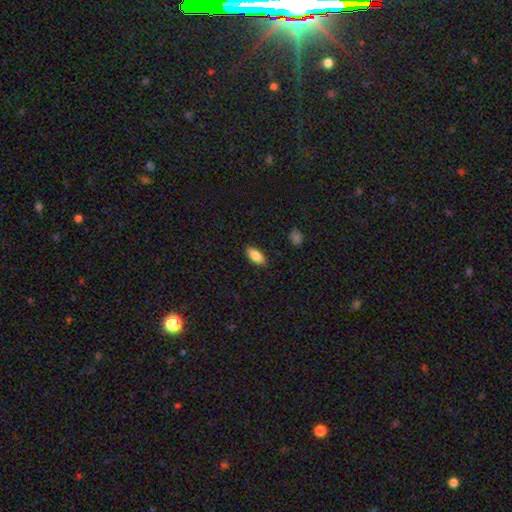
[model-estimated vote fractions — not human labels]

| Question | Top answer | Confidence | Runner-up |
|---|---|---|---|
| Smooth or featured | smooth | 86% | featured or disk (7%) |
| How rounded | in between | 86% | cigar-shaped (11%) |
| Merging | none | 87% | minor disturbance (10%) |